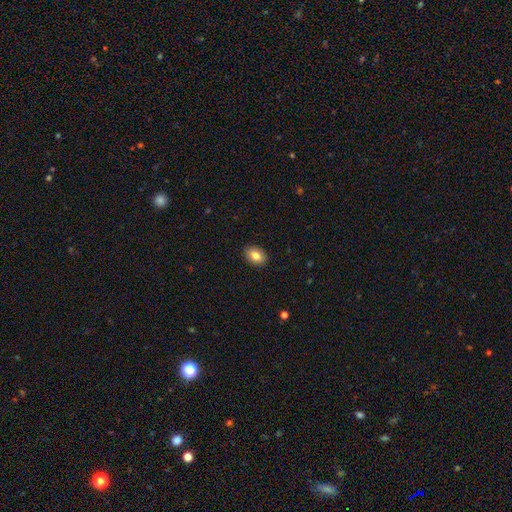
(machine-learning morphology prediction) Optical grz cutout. It shows a smooth galaxy with no disk features (82%) that is in between round and cigar-shaped (78%). Merging: none (90%).